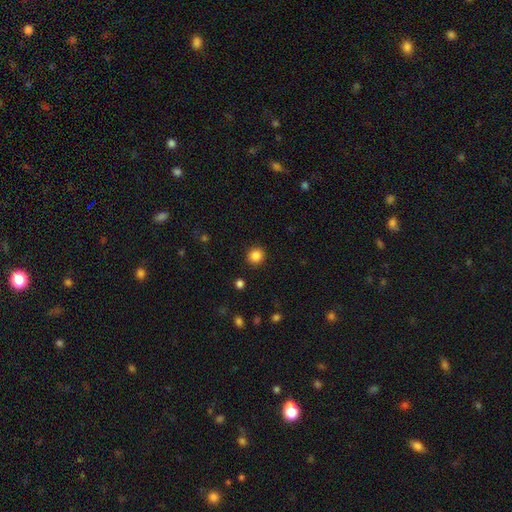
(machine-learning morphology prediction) Overall: smooth (86%). How rounded: round (91%). Merging: none (91%).